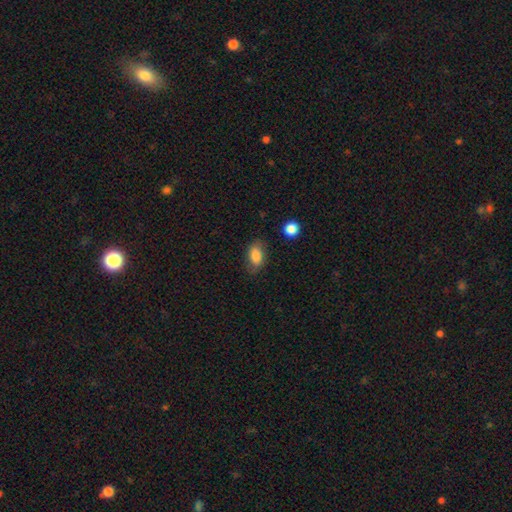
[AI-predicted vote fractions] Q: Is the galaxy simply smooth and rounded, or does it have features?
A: smooth — 84%.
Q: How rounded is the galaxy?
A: in between — 88%.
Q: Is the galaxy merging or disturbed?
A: none — 75%.